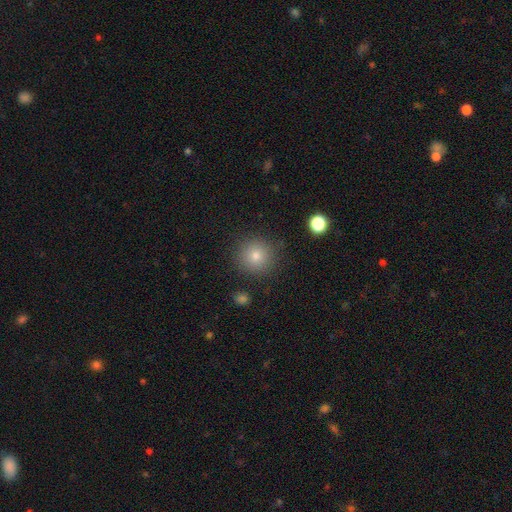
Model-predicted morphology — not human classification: This appears to be a smooth galaxy with no disk features (78%) that is round (95%). Merging: none (90%).